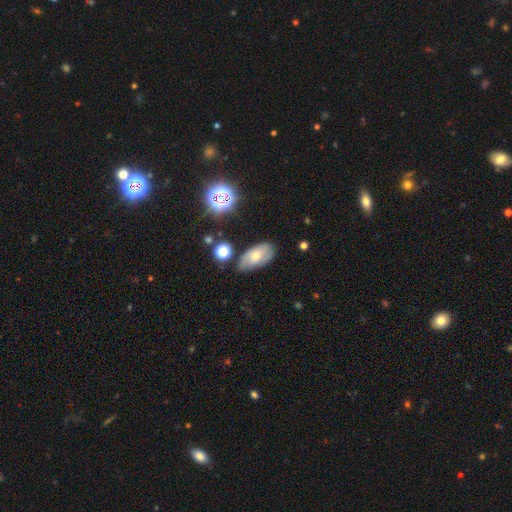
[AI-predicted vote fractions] Q: Smooth or featured?
A: smooth (53%); runner-up: featured or disk (36%)
Q: How rounded?
A: in between (91%); runner-up: round (5%)
Q: Merging?
A: none (62%); runner-up: minor disturbance (27%)